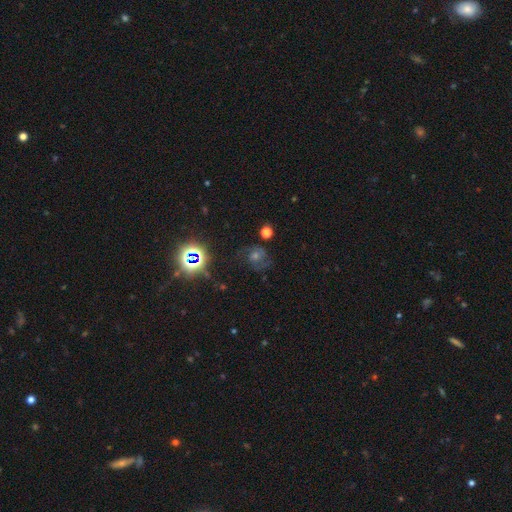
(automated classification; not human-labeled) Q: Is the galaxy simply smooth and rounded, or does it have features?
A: featured or disk — 47%.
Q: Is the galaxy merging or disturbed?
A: none — 70%.